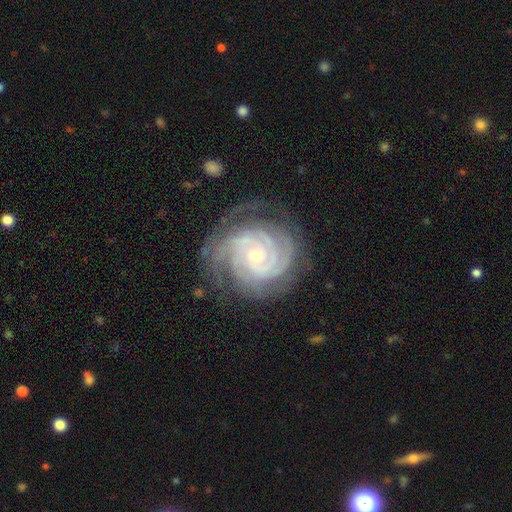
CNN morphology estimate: featured or disk 92%, star or artifact 5%, smooth 4%. Down the decision tree: edge-on disk — no (98%); bar — no (73%); spiral arms — yes (99%); spiral arm count — 3 (29%); spiral winding — tight (81%); bulge size — small (65%); merging — none (75%).